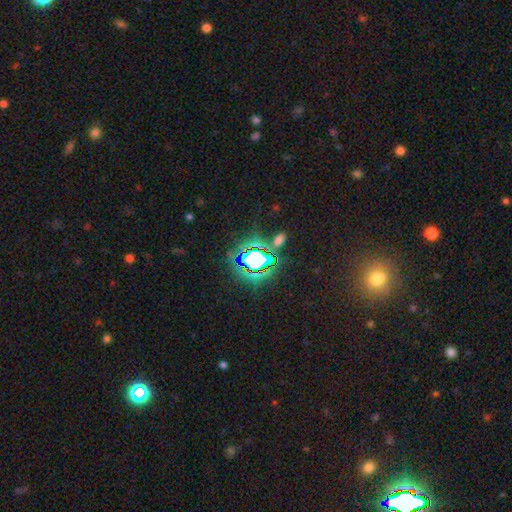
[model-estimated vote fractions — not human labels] Smooth or featured? Predicted: star or artifact (p=0.69).